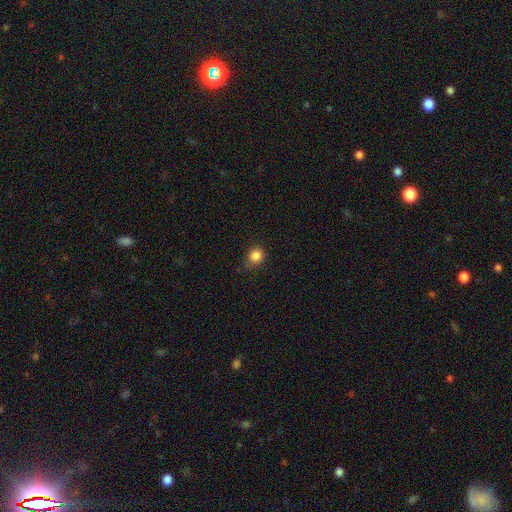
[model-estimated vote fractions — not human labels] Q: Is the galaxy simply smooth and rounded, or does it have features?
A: smooth — 85%.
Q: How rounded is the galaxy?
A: round — 81%.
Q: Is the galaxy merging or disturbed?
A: none — 76%.